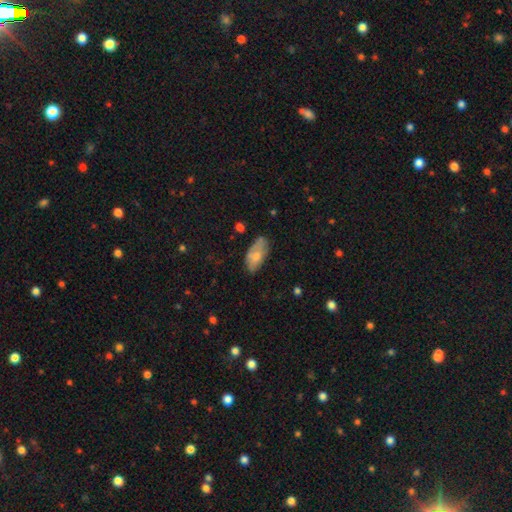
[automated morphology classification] Smooth or featured? smooth (66%)
How rounded? in between (92%)
Merging? none (57%)